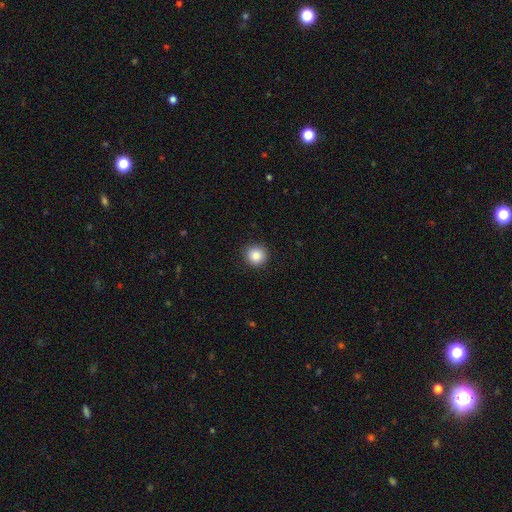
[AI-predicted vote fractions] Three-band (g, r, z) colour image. It shows a smooth galaxy with no disk features (86%) that is round (94%). Merging: none (91%).